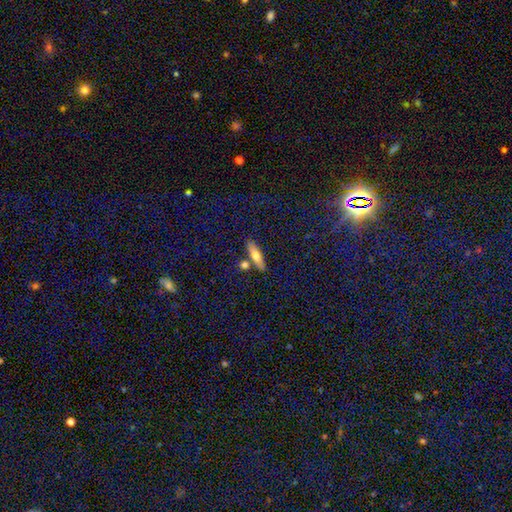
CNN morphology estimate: smooth-or-featured: smooth: 64% | featured or disk: 27% | star or artifact: 9%
  how-rounded: cigar-shaped: 59% | in between: 36% | round: 5%
  merging: none: 80% | minor disturbance: 9% | merger: 8% | major disturbance: 3%